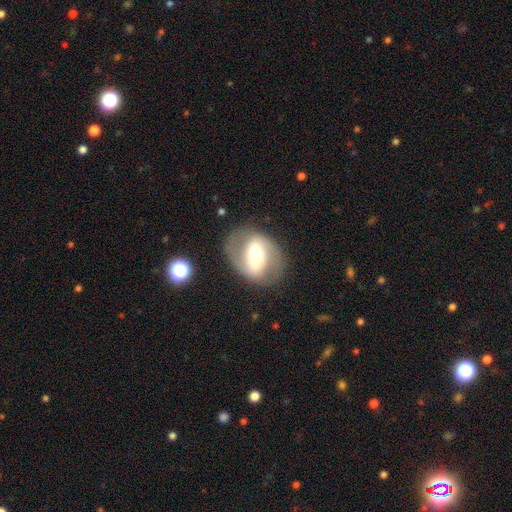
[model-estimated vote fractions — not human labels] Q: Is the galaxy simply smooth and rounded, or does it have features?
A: featured or disk — 64%.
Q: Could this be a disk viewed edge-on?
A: no — 95%.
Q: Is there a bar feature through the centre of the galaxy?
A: strong — 48%.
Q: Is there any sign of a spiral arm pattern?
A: yes — 62%.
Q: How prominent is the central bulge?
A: moderate — 49%.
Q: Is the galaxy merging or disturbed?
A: none — 75%.